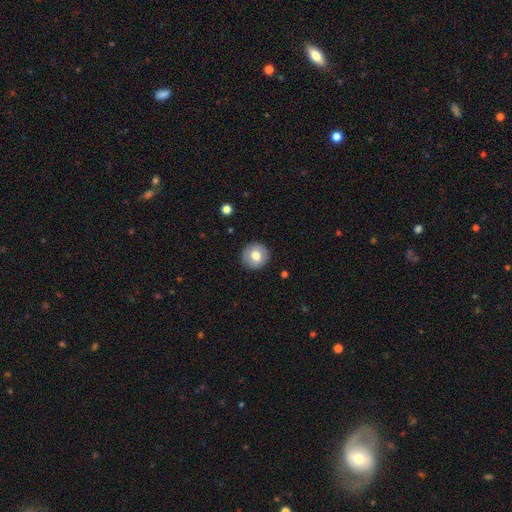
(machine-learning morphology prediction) Q: Smooth or featured?
A: smooth (75%); runner-up: featured or disk (17%)
Q: How rounded?
A: round (93%); runner-up: in between (6%)
Q: Merging?
A: none (90%); runner-up: minor disturbance (7%)